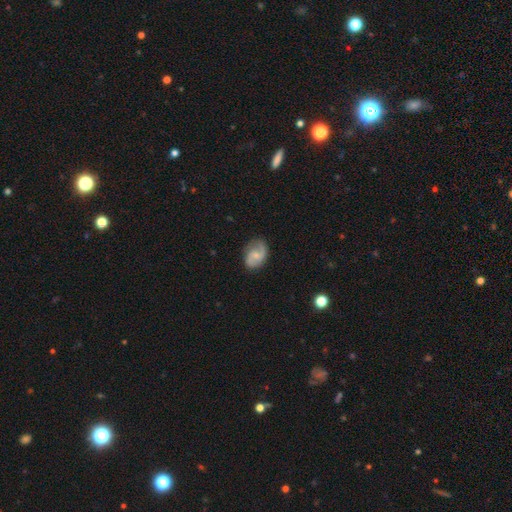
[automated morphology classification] Smooth or featured? featured or disk (69%)
Edge-on disk? no (98%)
Bar? no (48%)
Spiral arms? yes (93%)
Spiral winding? medium (45%)
Spiral arm count? 2 (87%)
Bulge size? small (54%)
Merging? none (76%)